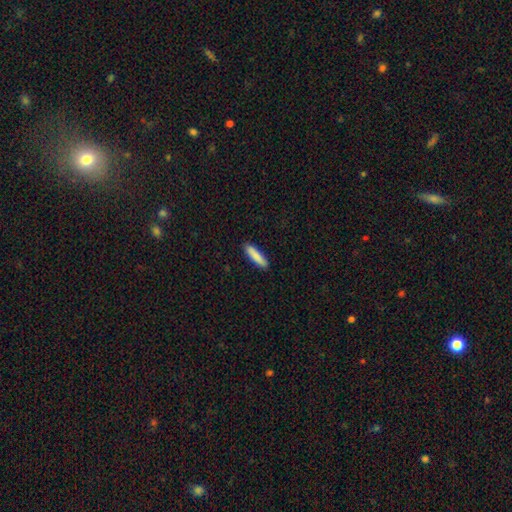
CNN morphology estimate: smooth 86%, featured or disk 8%, star or artifact 6%. Down the decision tree: how rounded — cigar-shaped (79%); merging — none (91%).